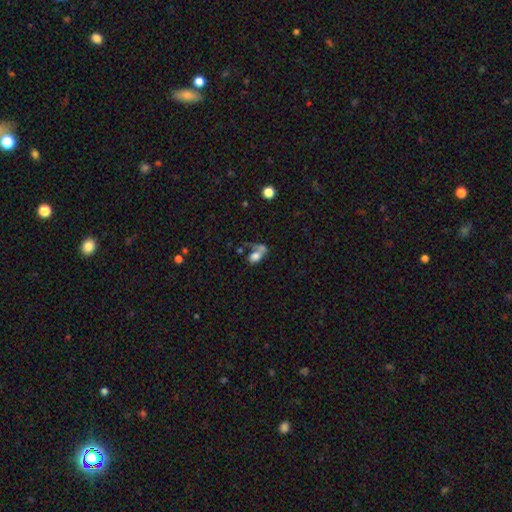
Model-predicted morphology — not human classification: smooth-or-featured: smooth: 63% | featured or disk: 25% | star or artifact: 12%
  how-rounded: in between: 76% | round: 19% | cigar-shaped: 5%
  merging: merger: 45% | major disturbance: 22% | none: 22% | minor disturbance: 11%